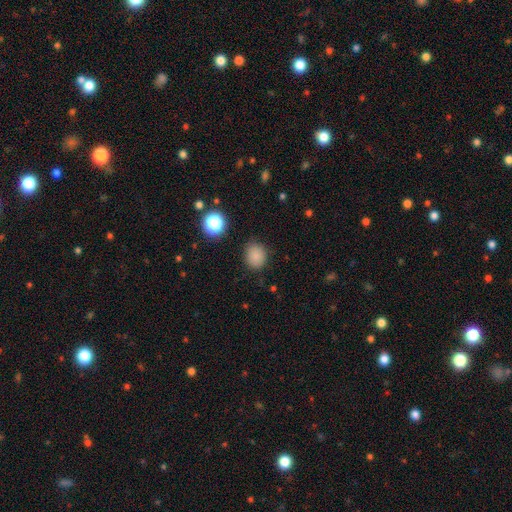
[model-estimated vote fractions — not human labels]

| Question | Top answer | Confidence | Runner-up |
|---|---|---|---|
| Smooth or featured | smooth | 82% | star or artifact (13%) |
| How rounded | round | 66% | in between (33%) |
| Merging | none | 83% | minor disturbance (12%) |